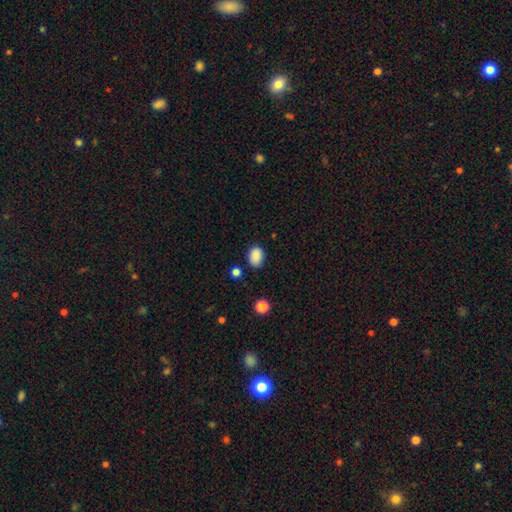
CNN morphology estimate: This is clearly a smooth galaxy (88%). How rounded: likely in between (72%). Merging: clearly none (81%).